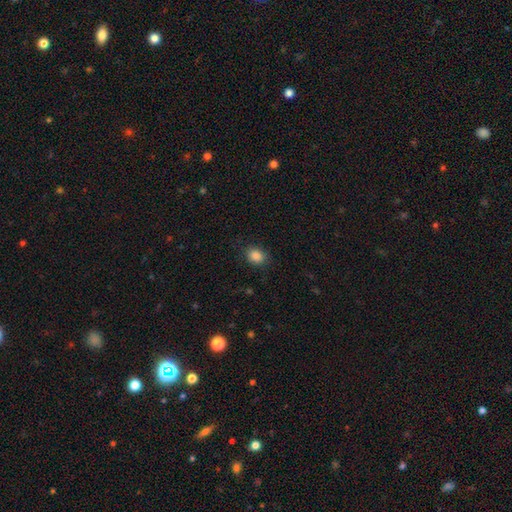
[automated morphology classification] Overall: smooth (87%). How rounded: in between (53%; round 46%). Merging: none (84%).